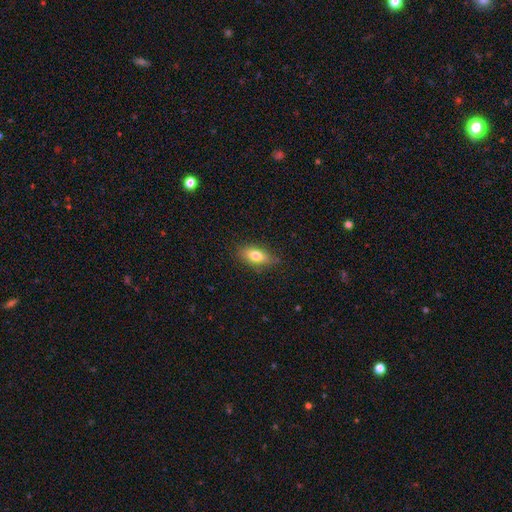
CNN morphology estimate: This appears to be a smooth galaxy with no disk features (75%) that is in between round and cigar-shaped (82%). Merging: none (81%).